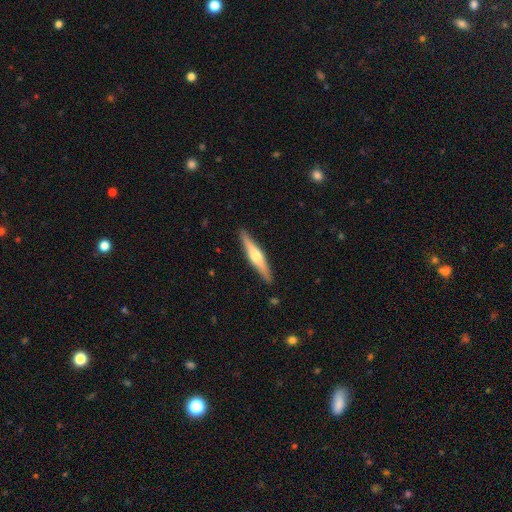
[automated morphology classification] This is likely a featured or disk galaxy (61%). It is clearly viewed edge-on (97%). Edge-on bulge: clearly rounded (90%). Merging: clearly none (90%).